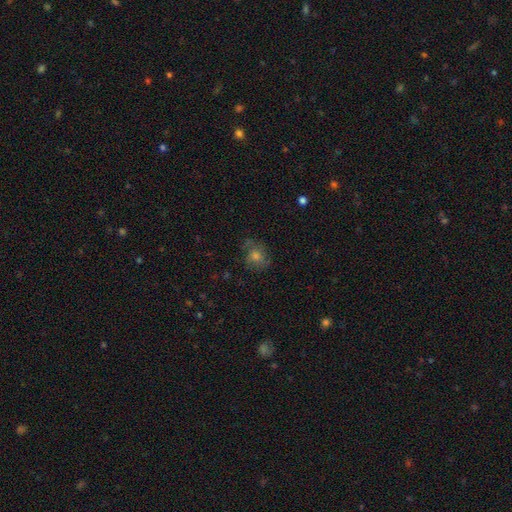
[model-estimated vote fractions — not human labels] smooth-or-featured: smooth: 43% | featured or disk: 36% | star or artifact: 21%
  merging: none: 67% | minor disturbance: 20% | major disturbance: 11% | merger: 2%